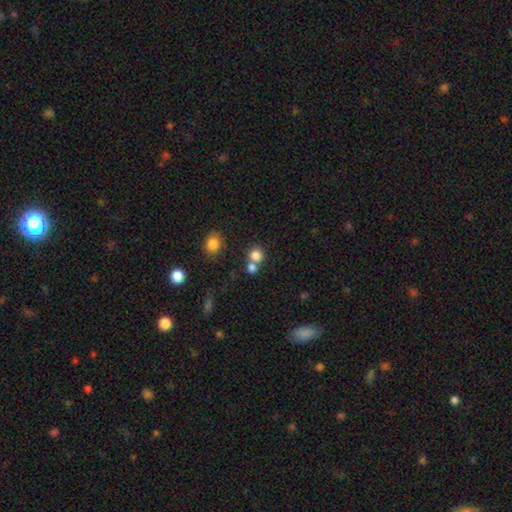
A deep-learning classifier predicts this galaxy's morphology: Smooth or featured? smooth (80%)
How rounded? round (87%)
Merging? none (53%)